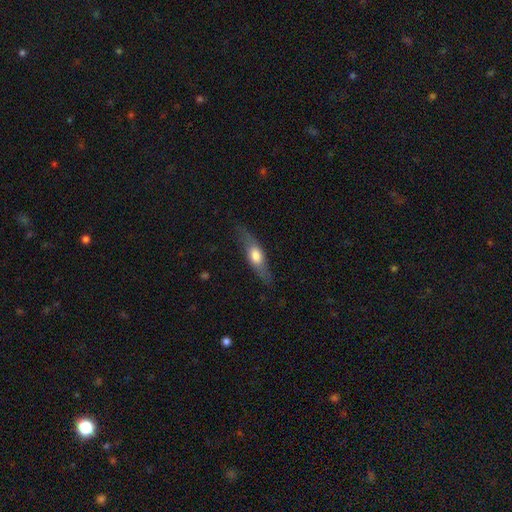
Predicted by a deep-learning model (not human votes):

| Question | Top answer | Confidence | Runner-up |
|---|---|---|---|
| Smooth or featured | smooth | 50% | featured or disk (44%) |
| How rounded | cigar-shaped | 54% | in between (42%) |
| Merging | none | 76% | minor disturbance (17%) |